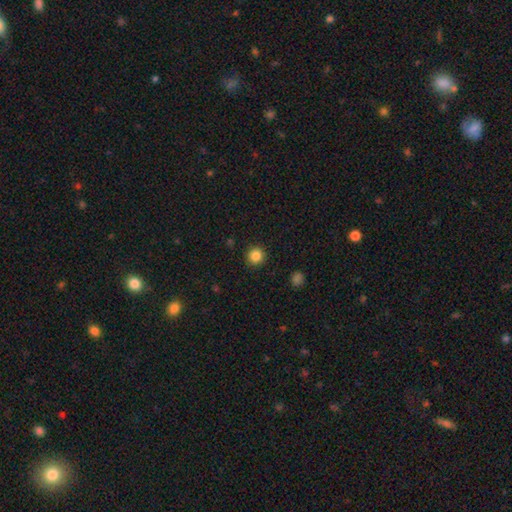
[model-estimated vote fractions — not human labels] smooth-or-featured: smooth: 85% | star or artifact: 11% | featured or disk: 4%
  how-rounded: round: 93% | in between: 6% | cigar-shaped: 1%
  merging: none: 91% | minor disturbance: 6% | major disturbance: 2% | merger: 1%